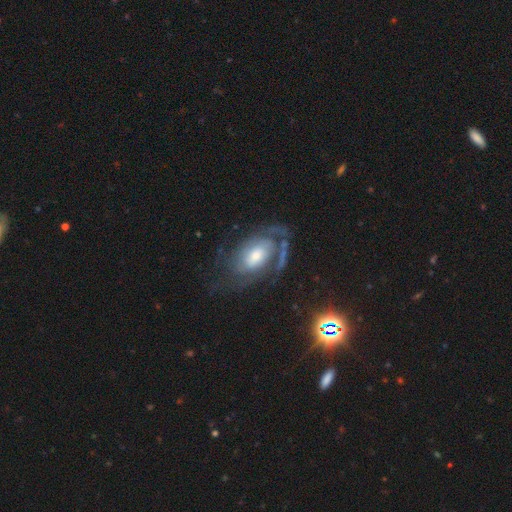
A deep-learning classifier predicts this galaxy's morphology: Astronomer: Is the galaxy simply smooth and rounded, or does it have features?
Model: featured or disk — 81%.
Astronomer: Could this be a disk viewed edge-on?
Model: no — 96%.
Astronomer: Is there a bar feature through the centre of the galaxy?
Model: no — 56% (runner-up: weak, 34%).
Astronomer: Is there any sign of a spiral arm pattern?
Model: yes — 92%.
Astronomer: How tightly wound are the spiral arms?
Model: tight — 44% (runner-up: medium, 40%).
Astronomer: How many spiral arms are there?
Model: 2 — 40% (runner-up: can't tell, 27%).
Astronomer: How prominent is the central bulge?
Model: moderate — 51%.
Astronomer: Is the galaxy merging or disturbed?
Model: none — 56%.